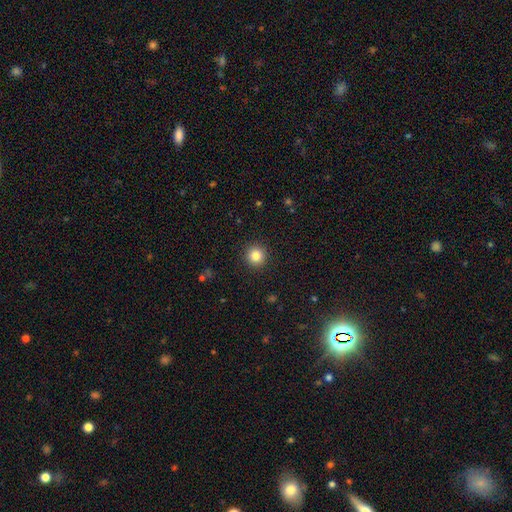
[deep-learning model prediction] smooth 84%, star or artifact 11%, featured or disk 5%. Down the decision tree: how rounded — round (94%); merging — none (92%).